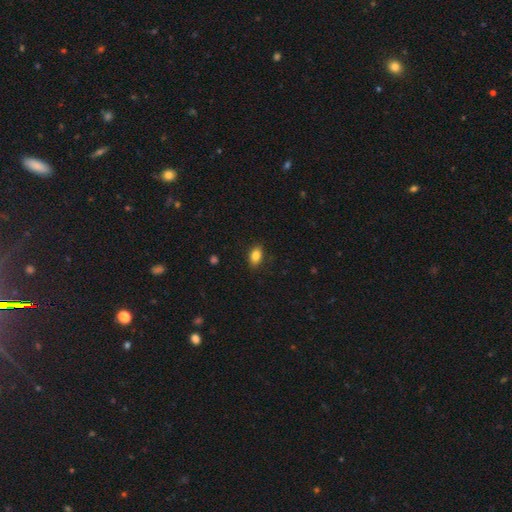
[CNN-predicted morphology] Q: Smooth or featured?
A: smooth (84%); runner-up: star or artifact (8%)
Q: How rounded?
A: in between (86%); runner-up: round (11%)
Q: Merging?
A: none (88%); runner-up: minor disturbance (9%)